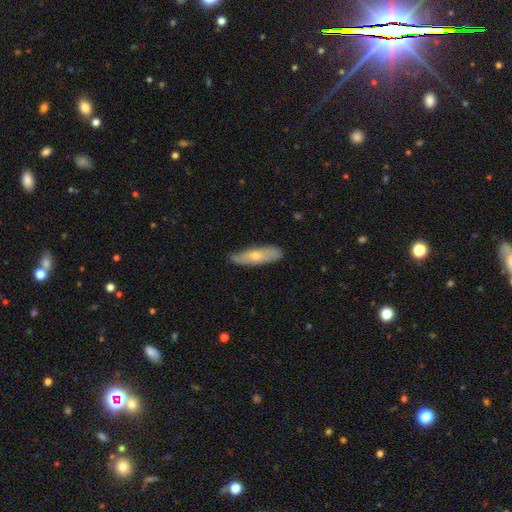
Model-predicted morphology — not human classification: smooth 48%, featured or disk 46%, star or artifact 6%. Down the decision tree: merging — none (77%).